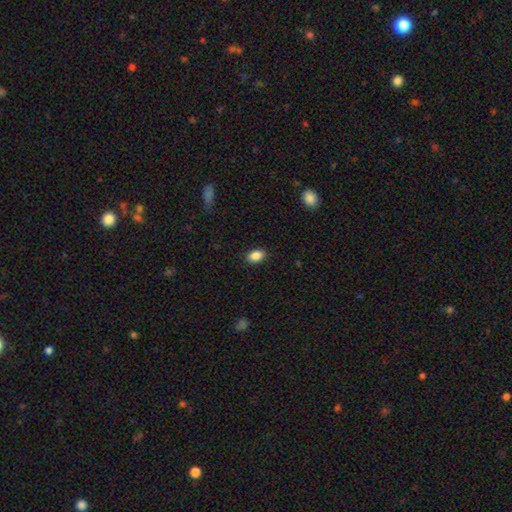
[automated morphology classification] This appears to be a smooth galaxy with no disk features (87%) that is in between round and cigar-shaped (88%). Merging: none (88%).